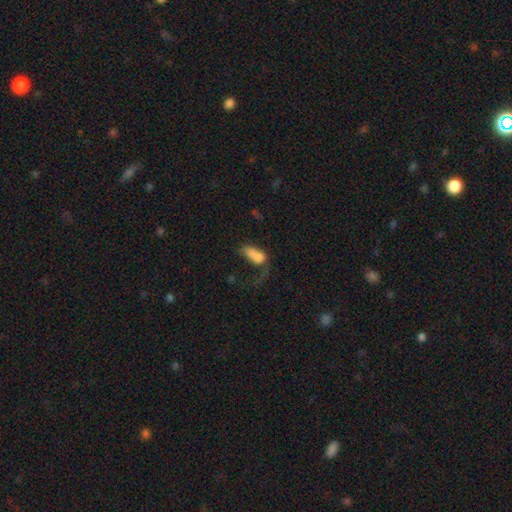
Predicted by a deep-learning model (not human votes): Overall: smooth (68%). How rounded: in between (81%). Merging: merger (38%; major disturbance 32%).